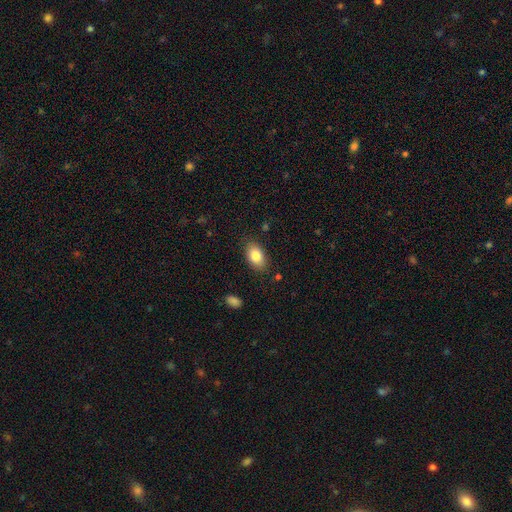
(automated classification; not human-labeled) Q: Smooth or featured?
A: smooth (83%); runner-up: featured or disk (10%)
Q: How rounded?
A: in between (91%); runner-up: round (7%)
Q: Merging?
A: none (85%); runner-up: minor disturbance (11%)